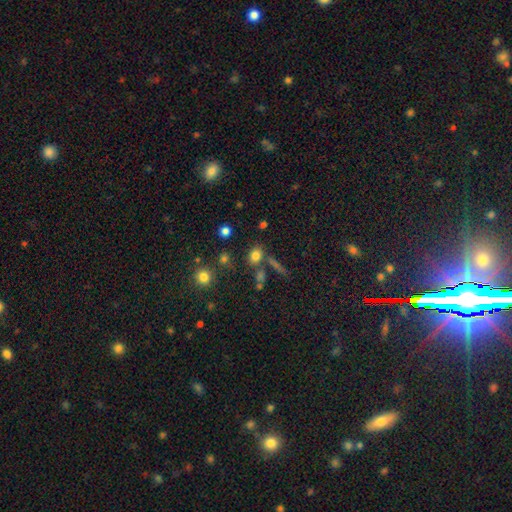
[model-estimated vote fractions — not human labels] Smooth or featured? Predicted: smooth (p=0.77). How rounded? Predicted: round (p=0.55). Merging? Predicted: none (p=0.69).